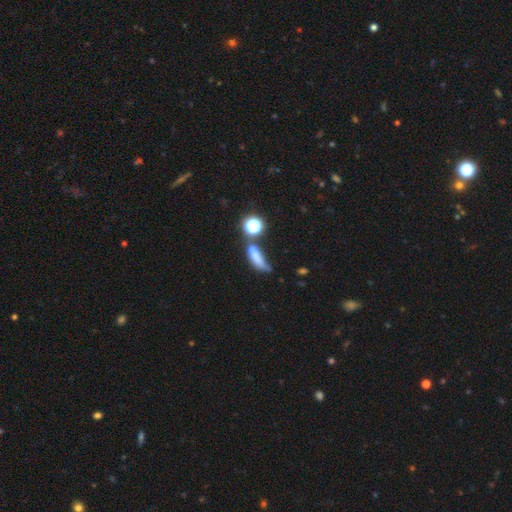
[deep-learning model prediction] The model was most divided on "how rounded": in between: 48%, cigar-shaped: 39%, round: 14%. Remaining: smooth or featured — smooth (63%); merging — none (34%).